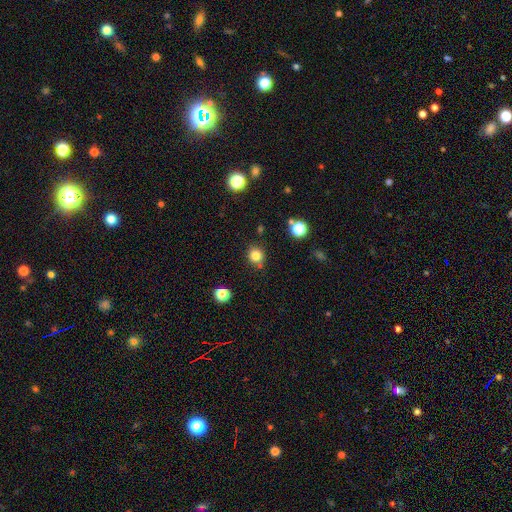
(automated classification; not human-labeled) This is clearly a smooth galaxy (81%). How rounded: clearly round (85%). Merging: likely none (78%).